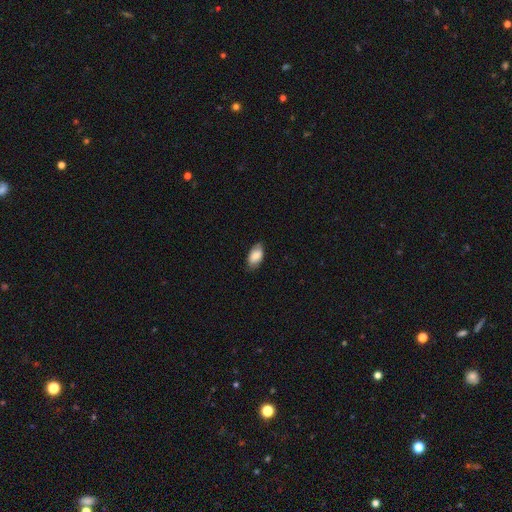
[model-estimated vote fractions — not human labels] Smooth or featured? smooth (82%)
How rounded? in between (94%)
Merging? none (79%)